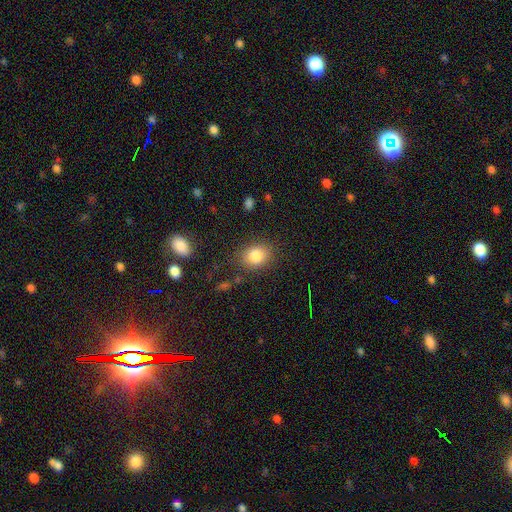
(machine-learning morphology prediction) Smooth or featured: smooth — 83% (star or artifact — 10%)
How rounded: in between — 51% (round — 48%)
Merging: none — 82% (minor disturbance — 12%)